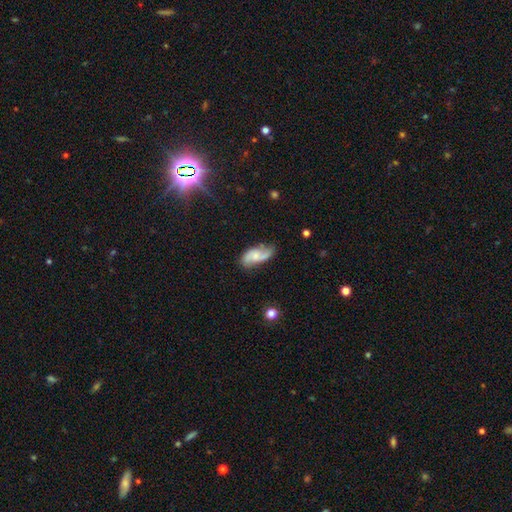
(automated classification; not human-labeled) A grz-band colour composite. It shows a featured or disk galaxy (62%) with no bar (61%), 2 (86%) loose (57%) spiral arms (90%) and a small central bulge (48%). Merging: none (62%).